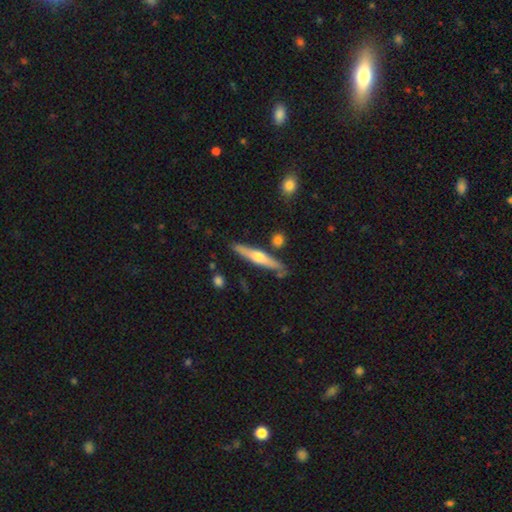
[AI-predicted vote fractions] smooth-or-featured: featured or disk: 65% | smooth: 29% | star or artifact: 6%
  disk-edge-on: yes: 96% | no: 4%
    edge-on-bulge: rounded: 89% | none: 6% | boxy: 4%
  merging: none: 84% | minor disturbance: 10% | merger: 4% | major disturbance: 2%